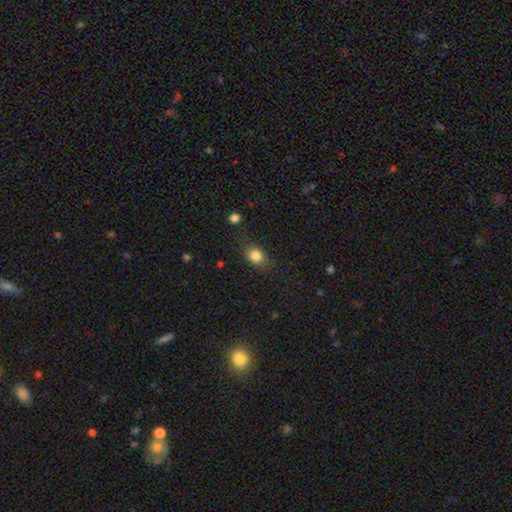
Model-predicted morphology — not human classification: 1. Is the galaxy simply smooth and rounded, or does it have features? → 82% smooth, 10% star or artifact, 8% featured or disk.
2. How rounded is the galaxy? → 52% in between, 46% round, 2% cigar-shaped.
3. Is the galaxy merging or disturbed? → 73% none, 19% minor disturbance, 6% major disturbance, 2% merger.